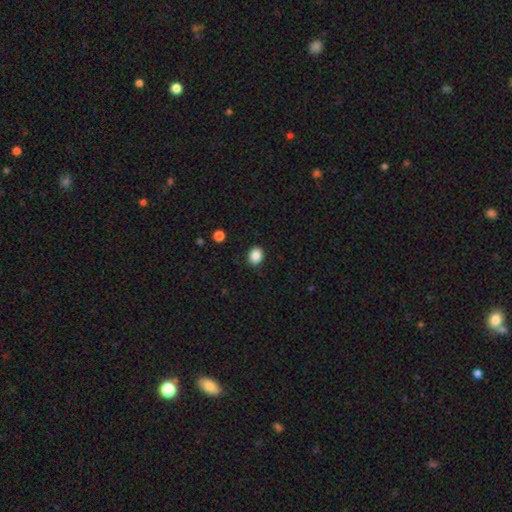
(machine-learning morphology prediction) Smooth or featured?
  - smooth: 87% *
  - star or artifact: 10%
  - featured or disk: 3%
How rounded?
  - round: 57% *
  - in between: 43%
  - cigar-shaped: 1%
Merging?
  - none: 89% *
  - minor disturbance: 8%
  - major disturbance: 2%
  - merger: 1%